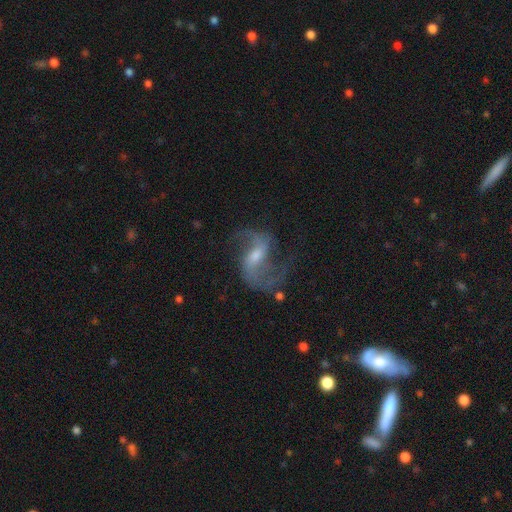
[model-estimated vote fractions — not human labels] Smooth or featured? Predicted: featured or disk (p=0.88). Edge-on disk? Predicted: no (p=0.97). Bar? Predicted: weak (p=0.52). Spiral arms? Predicted: yes (p=0.96). Spiral winding? Predicted: loose (p=0.60). Spiral arm count? Predicted: 2 (p=0.89). Bulge size? Predicted: moderate (p=0.46). Merging? Predicted: none (p=0.65).